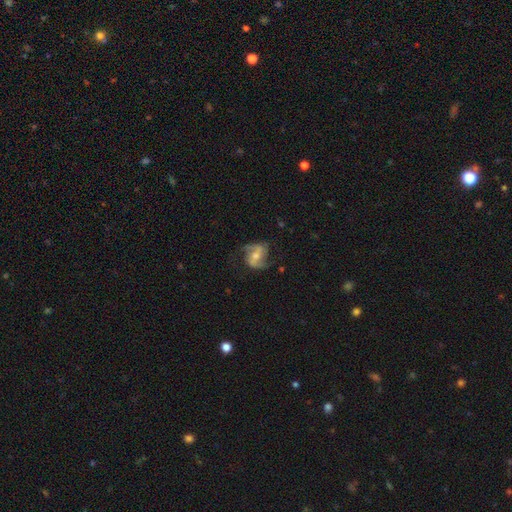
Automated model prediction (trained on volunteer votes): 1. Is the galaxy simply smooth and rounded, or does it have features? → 77% featured or disk, 16% smooth, 7% star or artifact.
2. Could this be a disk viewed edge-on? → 97% no, 3% yes.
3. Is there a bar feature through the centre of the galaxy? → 42% weak, 29% strong, 29% no.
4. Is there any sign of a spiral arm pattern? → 92% yes, 8% no.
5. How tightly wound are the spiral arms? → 45% loose, 42% medium, 13% tight.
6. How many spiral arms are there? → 87% 2, 5% can't tell, 3% 3, 3% 1, 1% 4, 1% more than 4.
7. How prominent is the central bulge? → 56% moderate, 34% small, 5% large, 4% none, 1% dominant.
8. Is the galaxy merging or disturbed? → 67% none, 19% minor disturbance, 12% major disturbance, 2% merger.